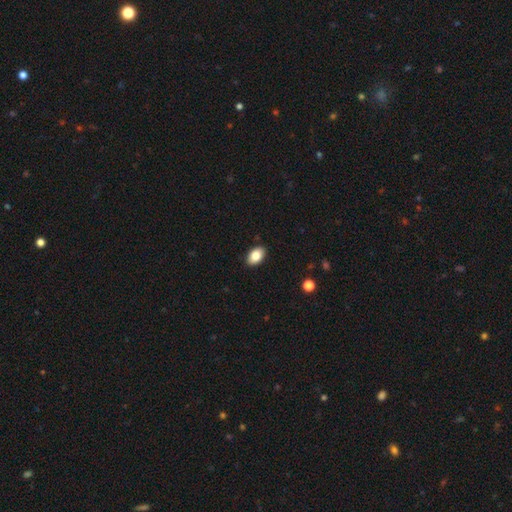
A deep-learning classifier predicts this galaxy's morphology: A smooth galaxy with no disk features (85%) that is in between round and cigar-shaped (91%). Merging: none (89%).